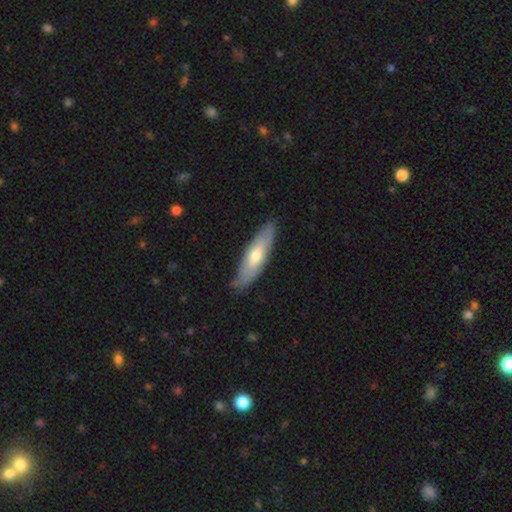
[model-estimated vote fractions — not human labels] Smooth or featured: smooth — 51% (featured or disk — 44%)
How rounded: cigar-shaped — 57% (in between — 41%)
Merging: none — 82% (minor disturbance — 15%)